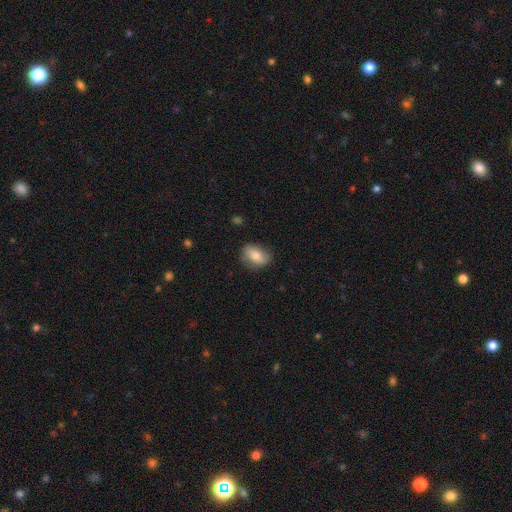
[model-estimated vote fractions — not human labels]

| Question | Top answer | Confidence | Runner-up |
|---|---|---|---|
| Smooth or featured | smooth | 72% | featured or disk (20%) |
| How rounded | in between | 68% | round (30%) |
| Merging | none | 76% | minor disturbance (18%) |